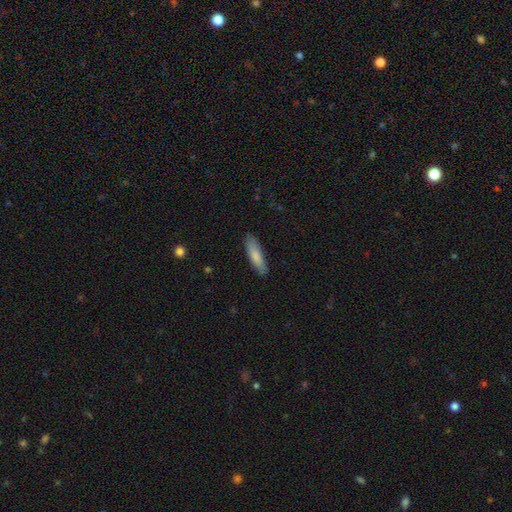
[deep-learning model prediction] smooth 82%, featured or disk 13%, star or artifact 5%. Down the decision tree: how rounded — cigar-shaped (67%); merging — none (85%).